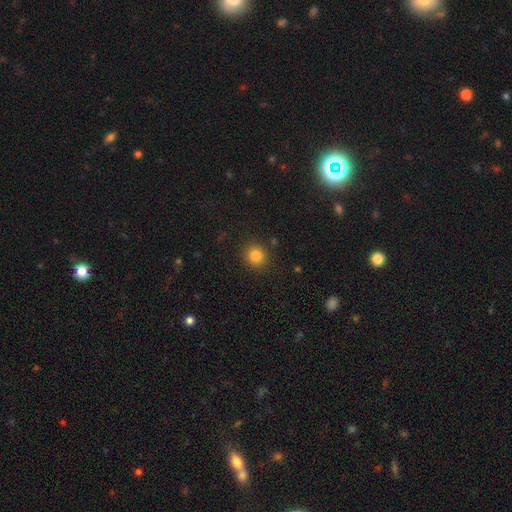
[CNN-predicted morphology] smooth-or-featured: smooth: 83% | star or artifact: 12% | featured or disk: 5%
  how-rounded: round: 88% | in between: 11% | cigar-shaped: 1%
  merging: none: 89% | minor disturbance: 7% | major disturbance: 3% | merger: 2%